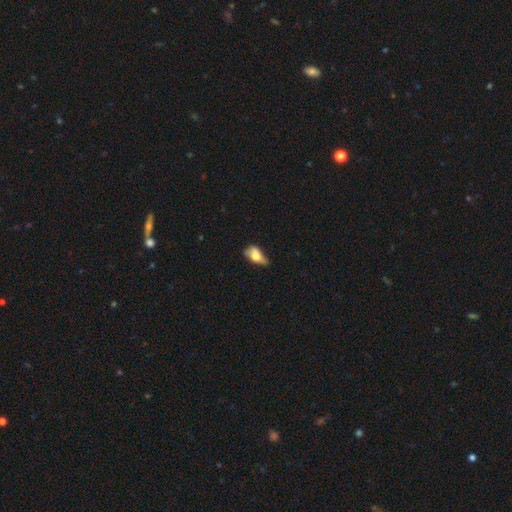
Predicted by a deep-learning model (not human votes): Smooth or featured: smooth — 56% (featured or disk — 35%)
How rounded: in between — 84% (cigar-shaped — 9%)
Merging: minor disturbance — 36% (none — 32%)